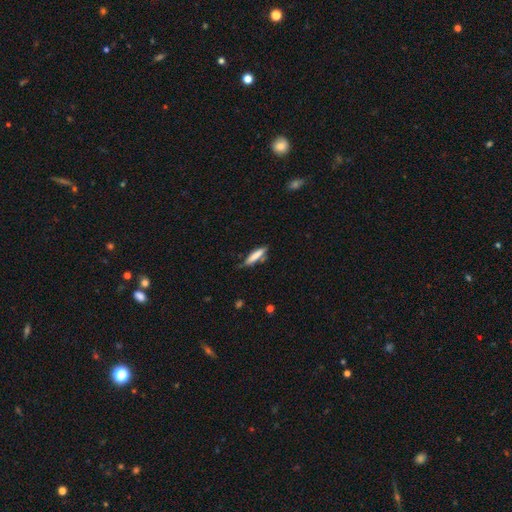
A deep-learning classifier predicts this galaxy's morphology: A smooth galaxy with no disk features (76%) that is cigar-shaped (77%). Merging: none (70%).